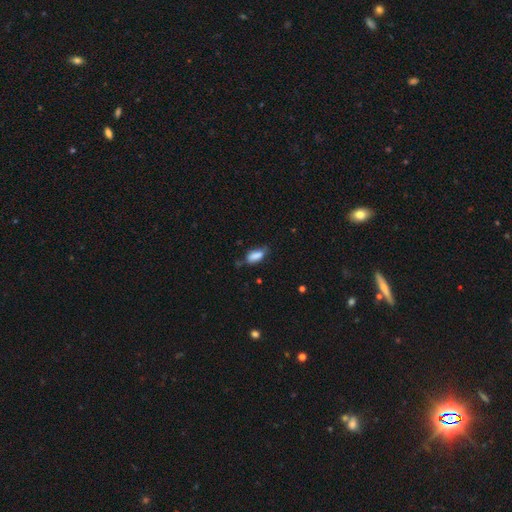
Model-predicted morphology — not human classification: A smooth galaxy with no disk features (81%) that is in between round and cigar-shaped (79%).

Vote fractions:
- Smooth or featured? smooth: 81% / featured or disk: 11% / star or artifact: 8%
- How rounded? in between: 79% / cigar-shaped: 19% / round: 3%
- Merging? none: 56% / minor disturbance: 32% / major disturbance: 8% / merger: 4%